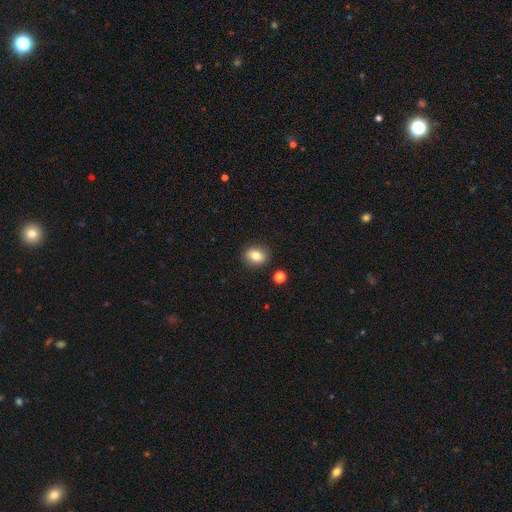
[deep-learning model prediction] Smooth or featured: smooth — 81% (star or artifact — 10%)
How rounded: round — 56% (in between — 42%)
Merging: none — 87% (minor disturbance — 8%)